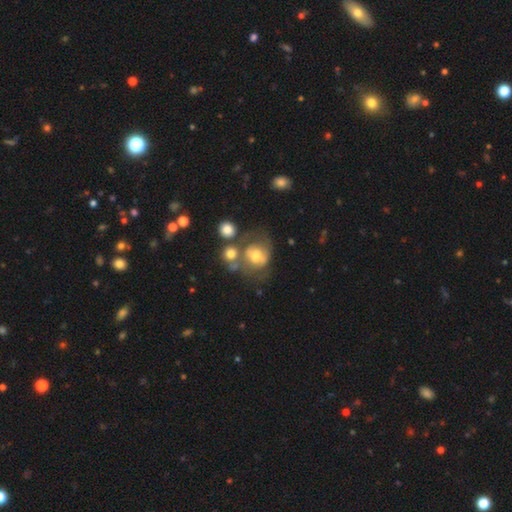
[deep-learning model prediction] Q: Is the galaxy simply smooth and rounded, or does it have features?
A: smooth — 47%.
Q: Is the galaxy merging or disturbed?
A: none — 40%.